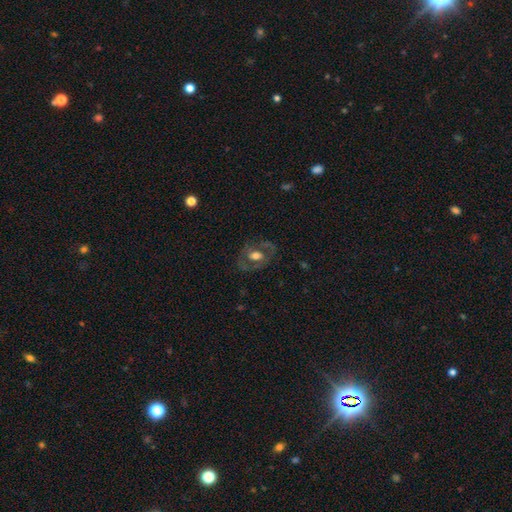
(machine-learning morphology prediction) This appears to be a featured or disk galaxy (55%) with no bar (69%), no spiral arms (73%) and a moderate central bulge (61%). Merging: none (69%).